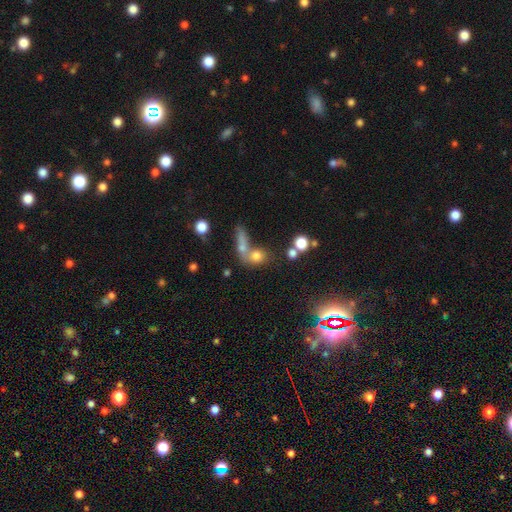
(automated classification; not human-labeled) Smooth or featured? smooth (70%)
How rounded? round (52%)
Merging? merger (43%)